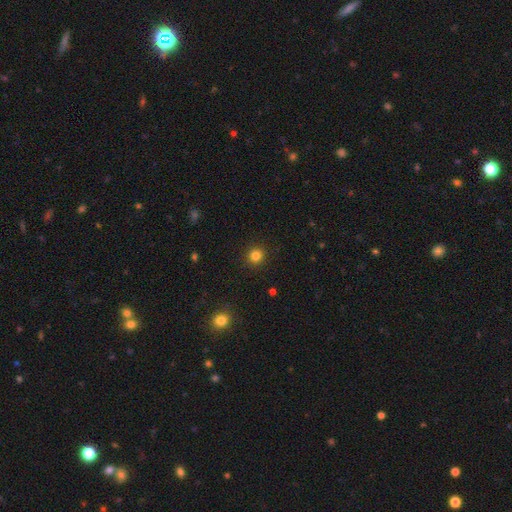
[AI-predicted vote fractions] smooth_or_featured: smooth (p=0.82) [alt: star or artifact p=0.14]
how_rounded: round (p=0.93) [alt: in between p=0.06]
merging: none (p=0.92) [alt: minor disturbance p=0.05]